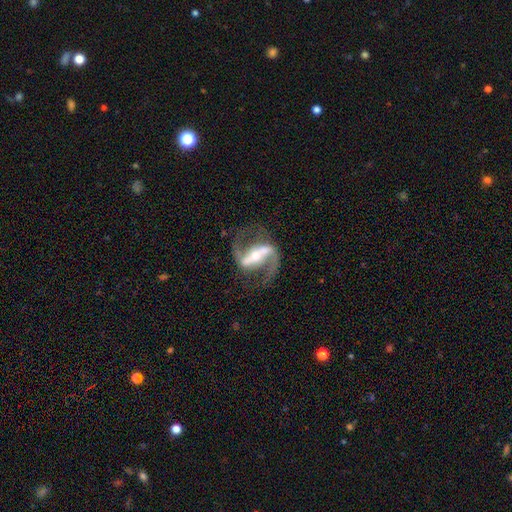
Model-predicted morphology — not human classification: A featured or disk galaxy (92%) with a strong bar (74%), 2 (93%) medium (51%) spiral arms (96%) and a moderate central bulge (52%). Merging: none (76%).